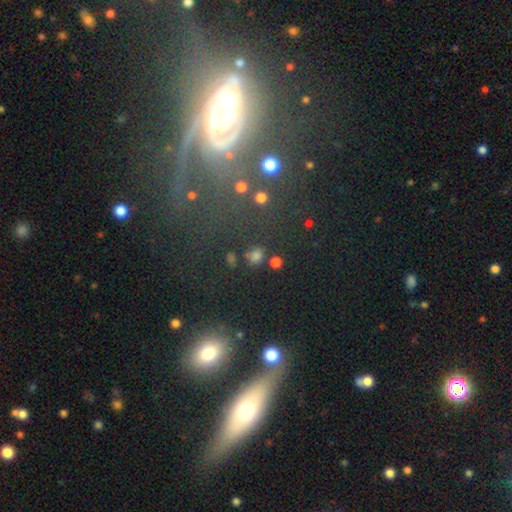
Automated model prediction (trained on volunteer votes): This appears to be a smooth galaxy with no disk features (68%) that is round (62%). Merging: none (78%).